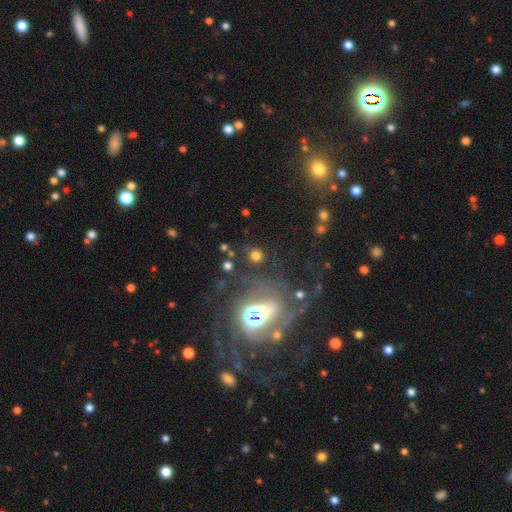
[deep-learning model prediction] smooth-or-featured: smooth: 67% | star or artifact: 23% | featured or disk: 10%
  how-rounded: round: 88% | in between: 11% | cigar-shaped: 1%
  merging: none: 80% | minor disturbance: 9% | major disturbance: 6% | merger: 5%